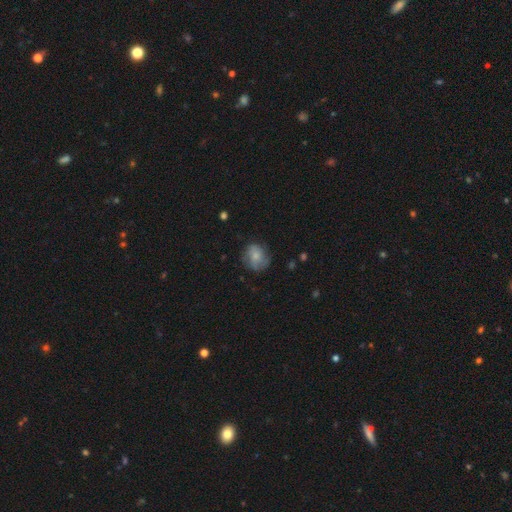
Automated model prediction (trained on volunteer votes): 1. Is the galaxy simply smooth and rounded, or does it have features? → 66% smooth, 25% featured or disk, 8% star or artifact.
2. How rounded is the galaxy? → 74% round, 25% in between, 1% cigar-shaped.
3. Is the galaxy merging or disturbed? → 69% none, 22% minor disturbance, 8% major disturbance, 1% merger.